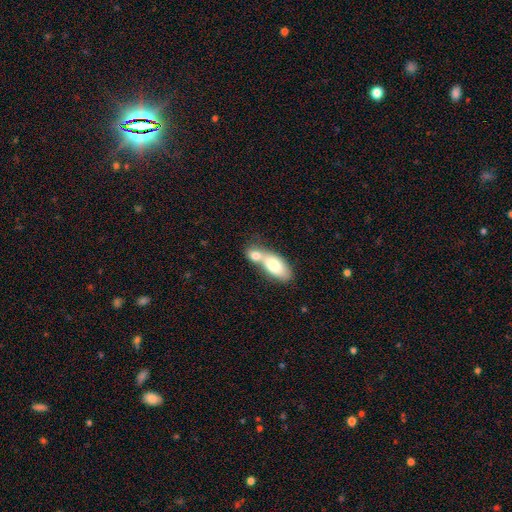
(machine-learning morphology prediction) Q: Smooth or featured?
A: smooth (75%); runner-up: featured or disk (18%)
Q: How rounded?
A: in between (77%); runner-up: round (13%)
Q: Merging?
A: merger (72%); runner-up: none (18%)